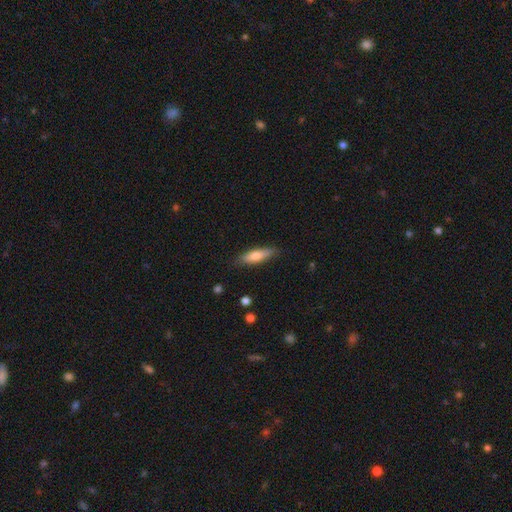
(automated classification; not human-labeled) Smooth or featured?
  - smooth: 70% *
  - featured or disk: 24%
  - star or artifact: 6%
How rounded?
  - cigar-shaped: 62% *
  - in between: 36%
  - round: 2%
Merging?
  - none: 82% *
  - minor disturbance: 14%
  - major disturbance: 3%
  - merger: 1%